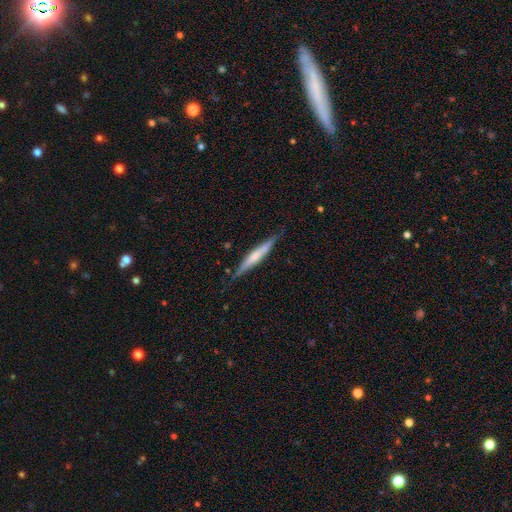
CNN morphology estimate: Smooth or featured: featured or disk — 52% (smooth — 43%)
Edge-on disk: yes — 96% (no — 4%)
Edge-on bulge: none — 44% (rounded — 40%)
Merging: none — 84% (minor disturbance — 12%)